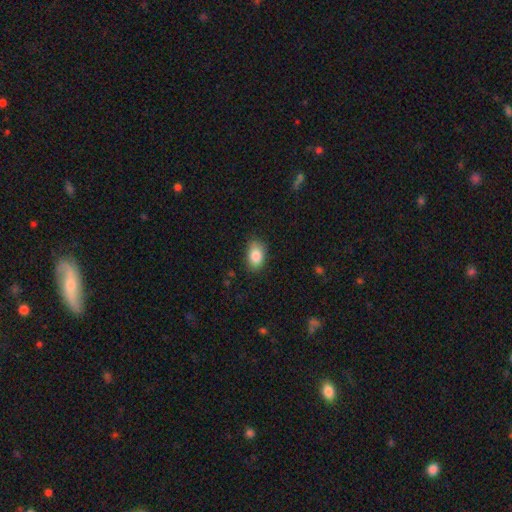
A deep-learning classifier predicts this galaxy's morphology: Overall: smooth (85%). How rounded: in between (86%). Merging: none (80%).